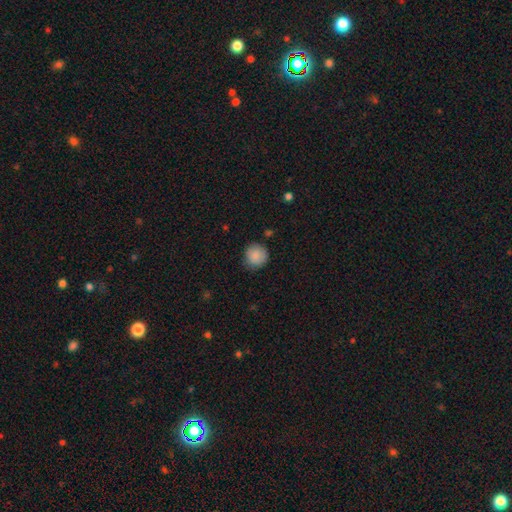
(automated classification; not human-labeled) Smooth or featured: smooth — 88% (star or artifact — 8%)
How rounded: round — 93% (in between — 6%)
Merging: none — 81% (minor disturbance — 14%)